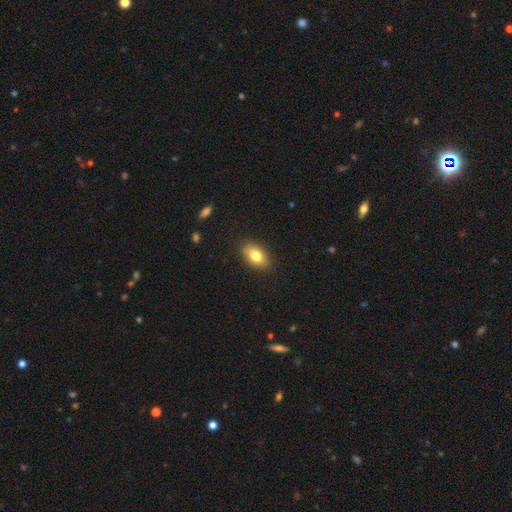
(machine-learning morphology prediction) smooth-or-featured: smooth: 78% | featured or disk: 14% | star or artifact: 8%
  how-rounded: in between: 86% | round: 11% | cigar-shaped: 3%
  merging: none: 86% | minor disturbance: 11% | major disturbance: 2% | merger: 1%